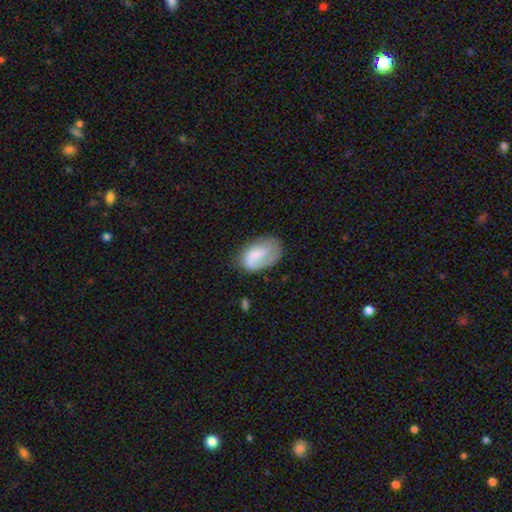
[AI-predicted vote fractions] A smooth galaxy with no disk features (55%) that is in between round and cigar-shaped (90%). Merging: none (54%).